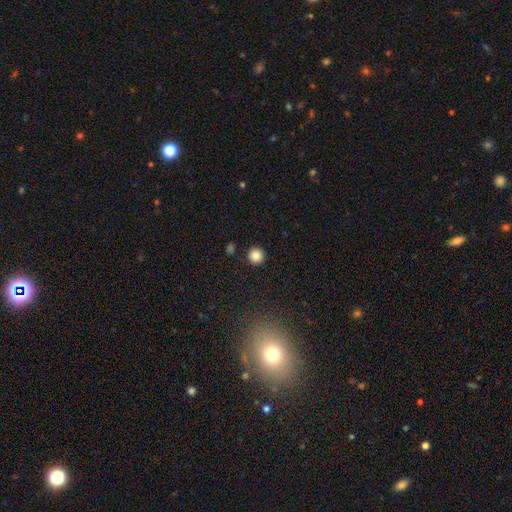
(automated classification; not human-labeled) smooth_or_featured: smooth (p=0.86) [alt: star or artifact p=0.10]
how_rounded: round (p=0.94) [alt: in between p=0.05]
merging: none (p=0.90) [alt: minor disturbance p=0.06]